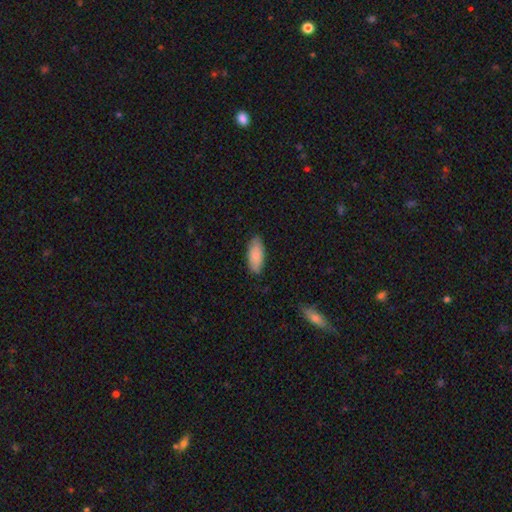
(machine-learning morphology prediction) Smooth or featured: smooth — 85% (featured or disk — 10%)
How rounded: in between — 85% (cigar-shaped — 13%)
Merging: none — 85% (minor disturbance — 12%)